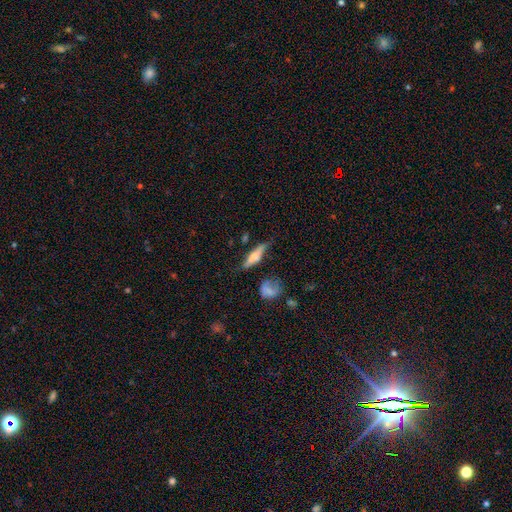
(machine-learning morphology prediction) Smooth or featured? featured or disk (48%)
Merging? none (67%)